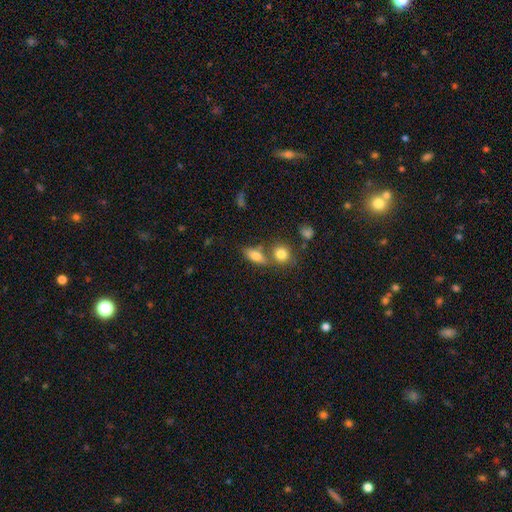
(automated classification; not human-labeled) This is likely a smooth galaxy (79%). How rounded: likely in between (74%). Merging: possibly none (55%).